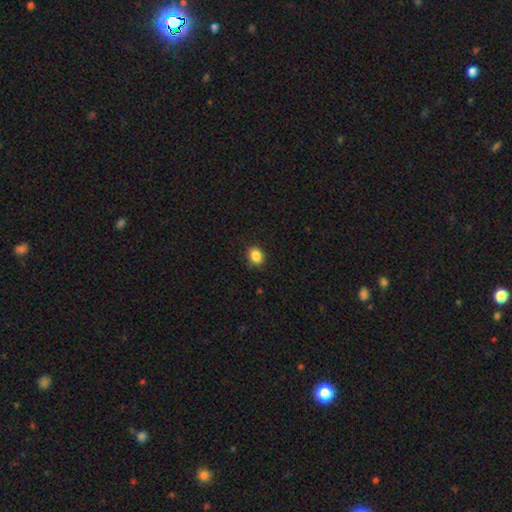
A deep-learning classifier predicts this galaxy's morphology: The model was most divided on "how rounded": round: 53%, in between: 46%, cigar-shaped: 1%. More confident: smooth or featured — smooth (86%); merging — none (85%).